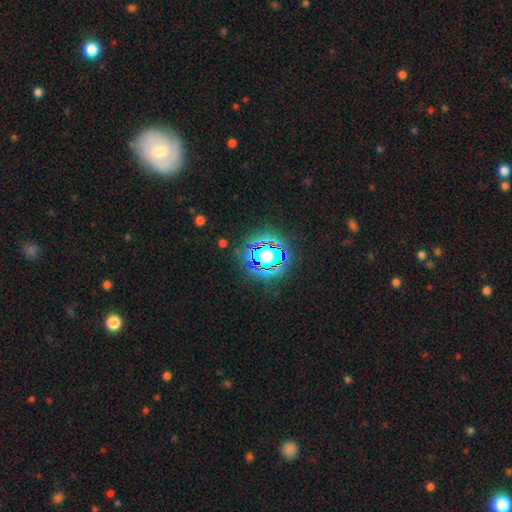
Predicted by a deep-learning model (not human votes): Smooth or featured? Predicted: star or artifact (p=0.75).